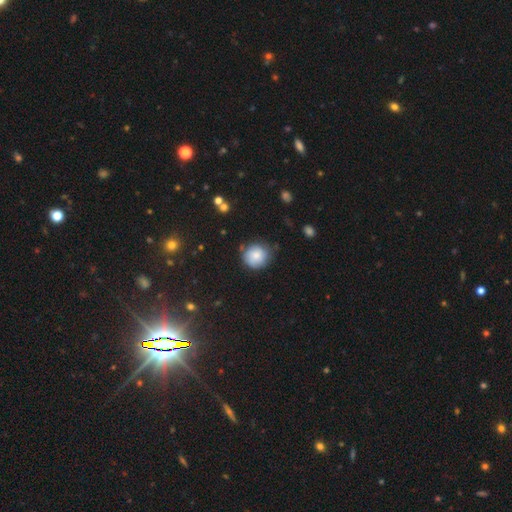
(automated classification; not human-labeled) Overall: smooth (81%). How rounded: round (89%). Merging: none (72%).